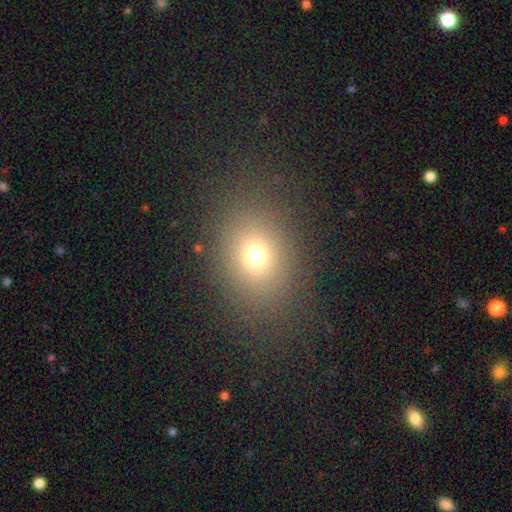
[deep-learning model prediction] smooth_or_featured: smooth (p=0.71) [alt: star or artifact p=0.18]
how_rounded: in between (p=0.50) [alt: round p=0.49]
merging: none (p=0.83) [alt: minor disturbance p=0.10]